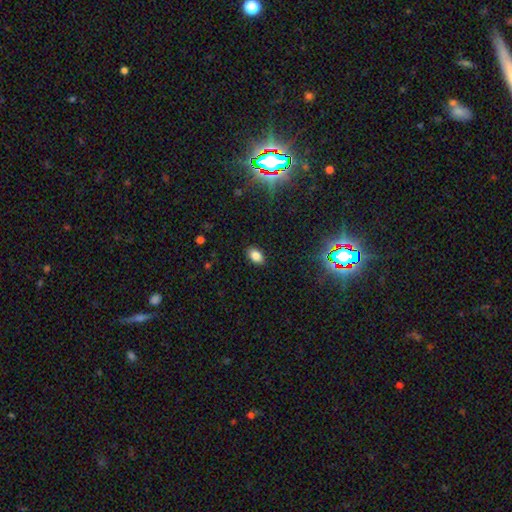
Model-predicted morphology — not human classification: This is clearly a smooth galaxy (82%). How rounded: clearly in between (89%). Merging: clearly none (88%).